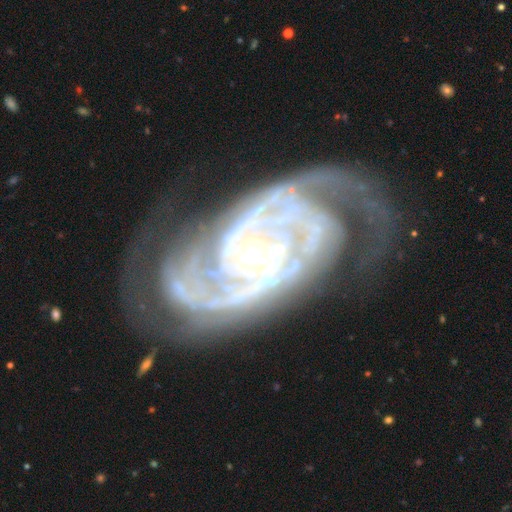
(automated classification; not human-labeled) Smooth or featured: featured or disk — 93% (star or artifact — 5%)
Edge-on disk: no — 97% (yes — 3%)
Bar: no — 63% (weak — 23%)
Spiral arms: yes — 98% (no — 2%)
Spiral winding: tight — 64% (medium — 30%)
Spiral arm count: 2 — 37% (3 — 23%)
Bulge size: small — 57% (moderate — 38%)
Merging: none — 63% (minor disturbance — 20%)